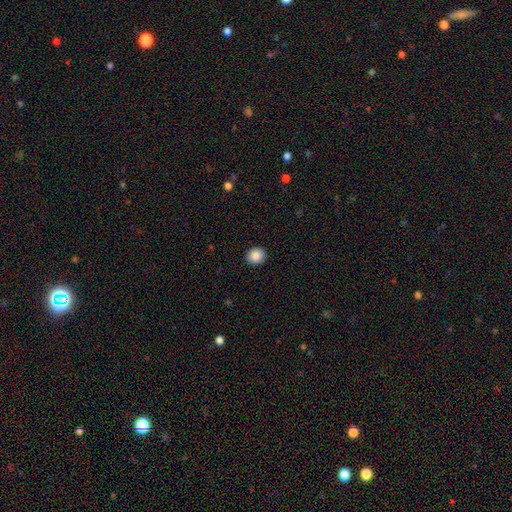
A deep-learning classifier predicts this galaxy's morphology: A smooth galaxy with no disk features (87%) that is round (85%). Merging: none (92%).